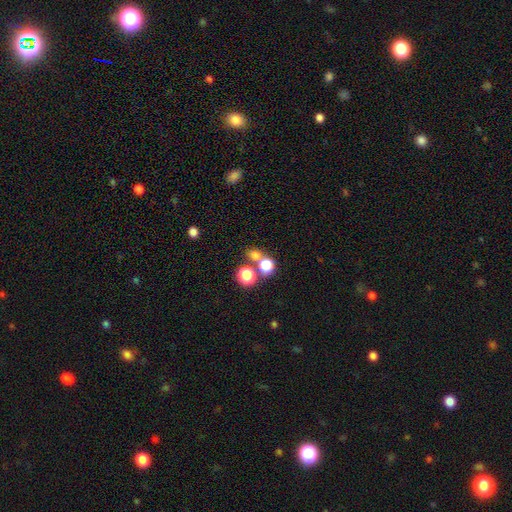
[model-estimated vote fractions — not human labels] Overall: smooth (70%). How rounded: round (80%). Merging: none (54%; merger 35%).